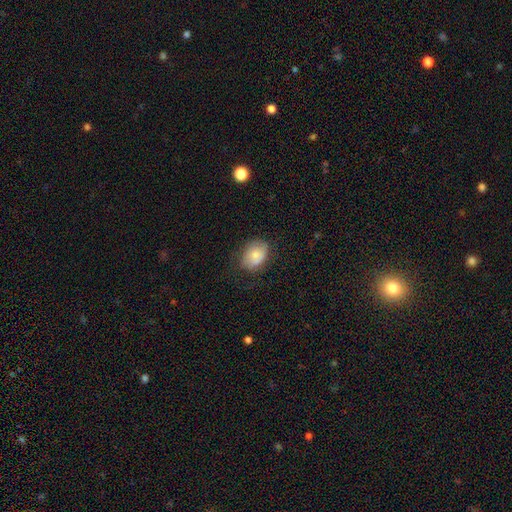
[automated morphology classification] Smooth or featured?
  - smooth: 78% *
  - featured or disk: 14%
  - star or artifact: 7%
How rounded?
  - in between: 69% *
  - round: 30%
  - cigar-shaped: 1%
Merging?
  - none: 65% *
  - minor disturbance: 25%
  - major disturbance: 9%
  - merger: 1%